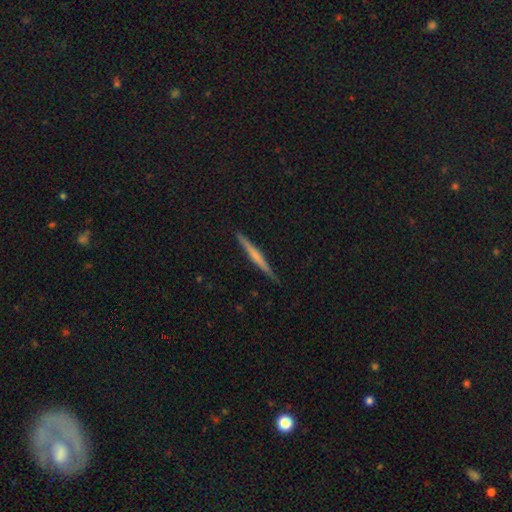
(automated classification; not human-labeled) smooth-or-featured: featured or disk: 60% | smooth: 35% | star or artifact: 6%
  disk-edge-on: yes: 98% | no: 2%
    edge-on-bulge: none: 51% | rounded: 36% | boxy: 13%
  merging: none: 90% | minor disturbance: 8% | major disturbance: 1% | merger: 1%